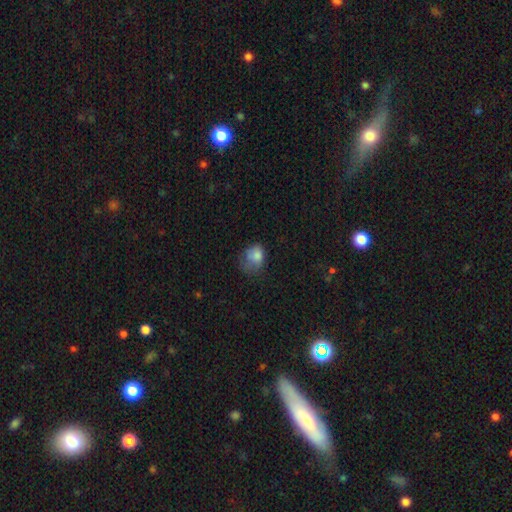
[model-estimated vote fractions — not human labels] Smooth or featured? Predicted: smooth (p=0.76). How rounded? Predicted: in between (p=0.53). Merging? Predicted: major disturbance (p=0.33, tied with minor disturbance).